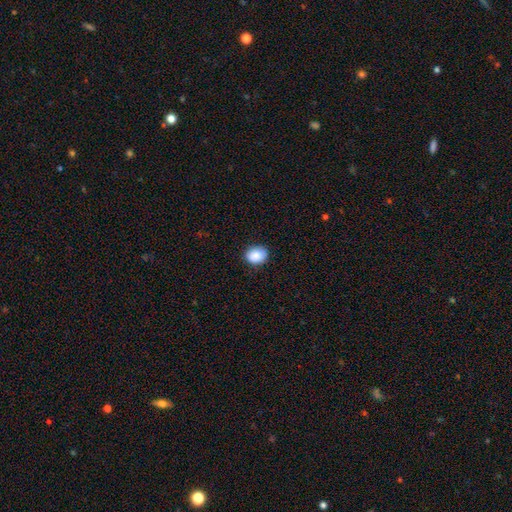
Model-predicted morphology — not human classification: smooth-or-featured: smooth: 88% | star or artifact: 8% | featured or disk: 4%
  how-rounded: round: 50% (tied) | in between: 50% (tied) | cigar-shaped: 1%
  merging: none: 83% | minor disturbance: 13% | major disturbance: 2% | merger: 1%